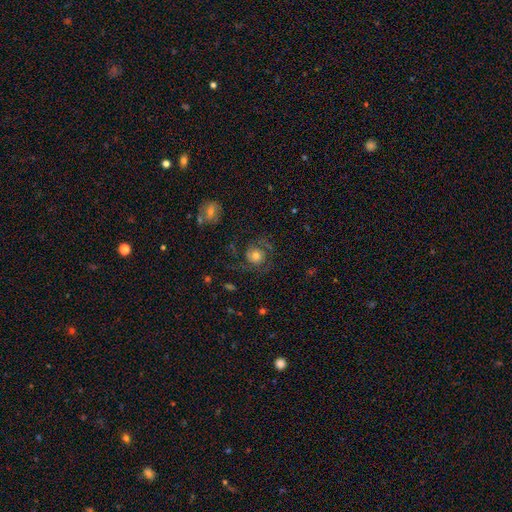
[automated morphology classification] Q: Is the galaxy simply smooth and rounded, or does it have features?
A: featured or disk — 63%.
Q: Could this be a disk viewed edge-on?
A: no — 97%.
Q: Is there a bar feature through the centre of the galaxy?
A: no — 76%.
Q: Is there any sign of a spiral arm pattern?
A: yes — 89%.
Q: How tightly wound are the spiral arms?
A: medium — 49%.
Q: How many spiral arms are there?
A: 2 — 74%.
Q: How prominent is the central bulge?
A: moderate — 60%.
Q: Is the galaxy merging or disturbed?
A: none — 68%.